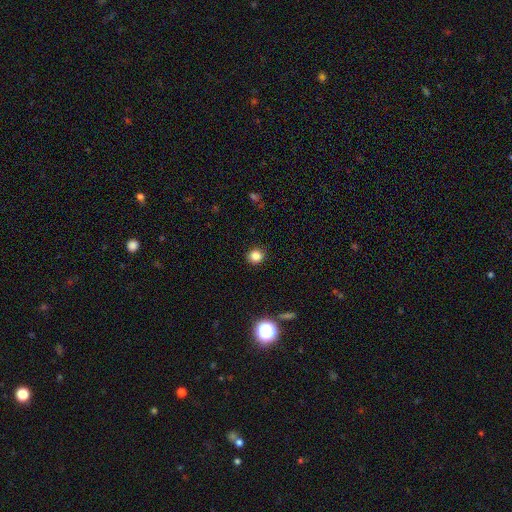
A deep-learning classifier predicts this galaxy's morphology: smooth 83%, star or artifact 13%, featured or disk 5%. Down the decision tree: how rounded — round (87%); merging — none (91%).